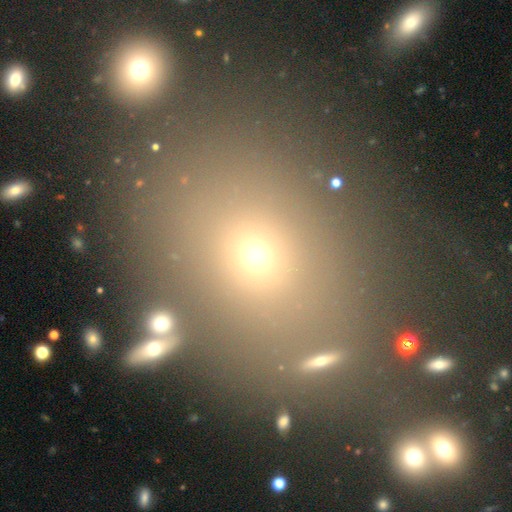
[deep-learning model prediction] Smooth or featured: smooth — 62% (star or artifact — 25%)
How rounded: in between — 50% (round — 47%)
Merging: none — 71% (minor disturbance — 12%)